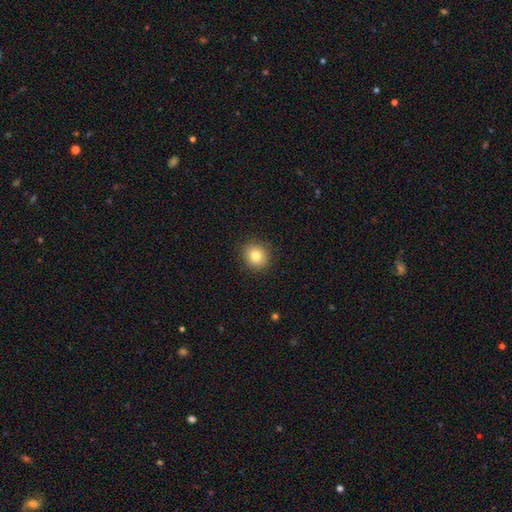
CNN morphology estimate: smooth_or_featured: smooth (p=0.81) [alt: star or artifact p=0.10]
how_rounded: round (p=0.82) [alt: in between p=0.17]
merging: none (p=0.90) [alt: minor disturbance p=0.07]